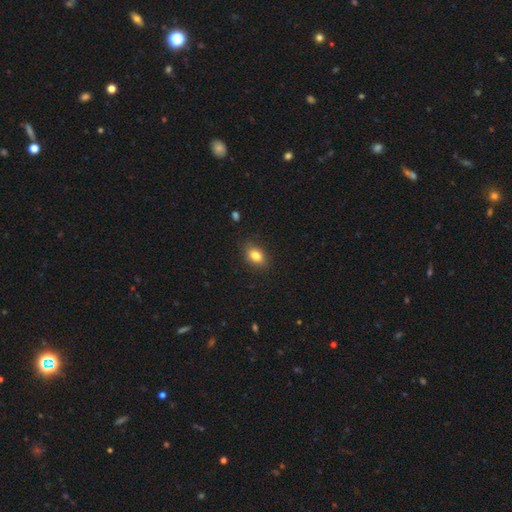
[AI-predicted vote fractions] Smooth or featured: smooth — 83% (star or artifact — 9%)
How rounded: in between — 74% (round — 24%)
Merging: none — 85% (minor disturbance — 11%)